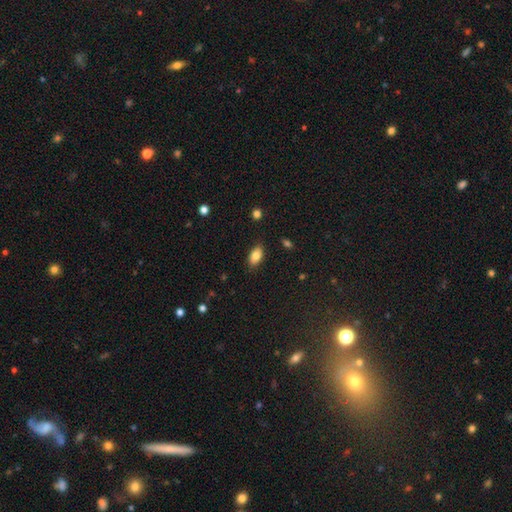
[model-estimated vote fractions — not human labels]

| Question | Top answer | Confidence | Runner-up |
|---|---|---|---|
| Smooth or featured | smooth | 83% | featured or disk (9%) |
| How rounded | in between | 91% | round (6%) |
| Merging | none | 86% | minor disturbance (11%) |